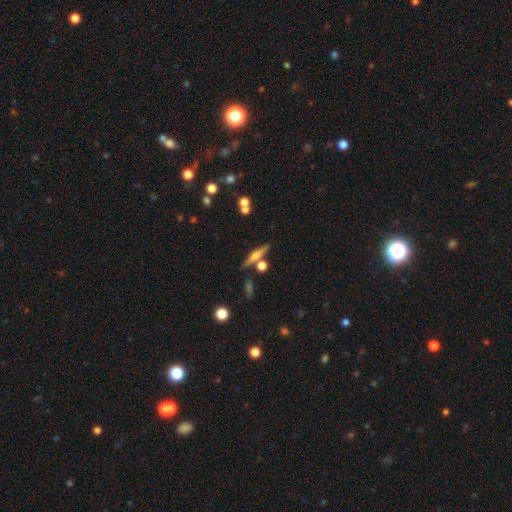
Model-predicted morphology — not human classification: Overall: featured or disk (59%; smooth 33%). Edge-on disk: yes (95%). Edge-on bulge: rounded (82%). Merging: none (75%).